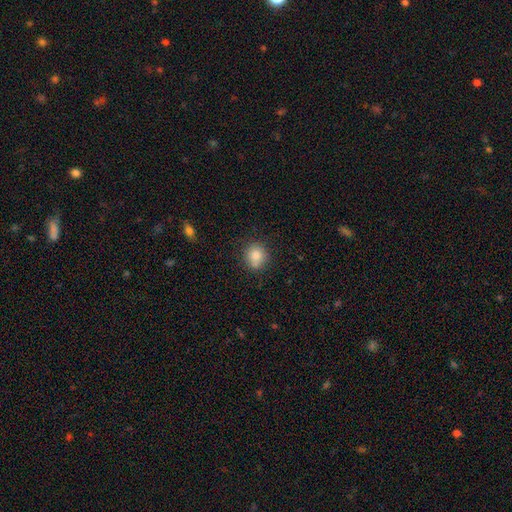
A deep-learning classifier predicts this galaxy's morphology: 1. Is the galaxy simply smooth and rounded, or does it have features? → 83% smooth, 10% star or artifact, 7% featured or disk.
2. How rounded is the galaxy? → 80% round, 19% in between, 1% cigar-shaped.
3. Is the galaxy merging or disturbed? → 74% none, 16% minor disturbance, 6% merger, 3% major disturbance.